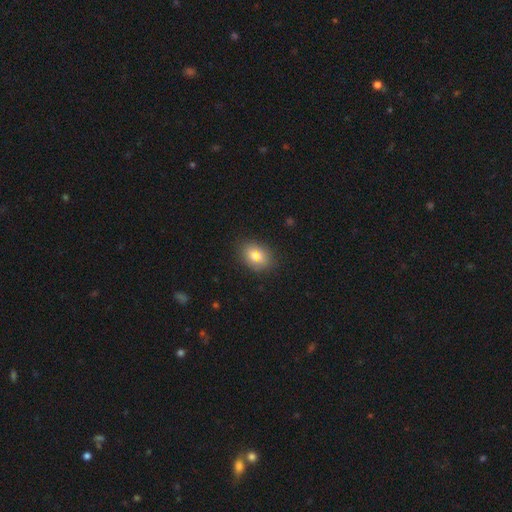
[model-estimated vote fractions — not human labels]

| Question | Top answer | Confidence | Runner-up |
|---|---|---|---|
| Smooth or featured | smooth | 77% | featured or disk (12%) |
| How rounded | in between | 68% | round (30%) |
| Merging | none | 82% | minor disturbance (12%) |